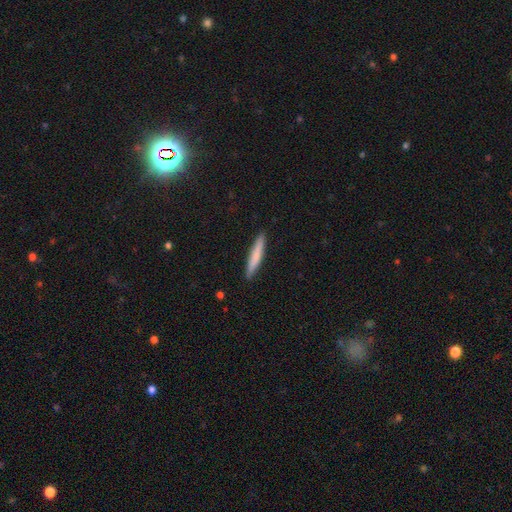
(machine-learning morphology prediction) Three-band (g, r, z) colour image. It shows a smooth galaxy with no disk features (74%) that is cigar-shaped (94%). Merging: none (91%).